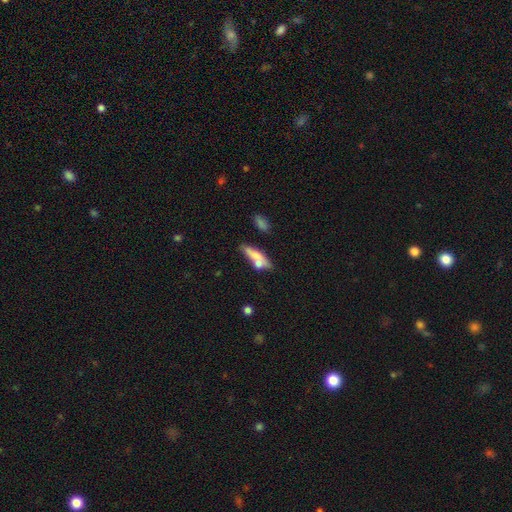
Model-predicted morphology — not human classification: This is likely a smooth galaxy (63%). How rounded: possibly cigar-shaped (58%). Merging: possibly none (49%).